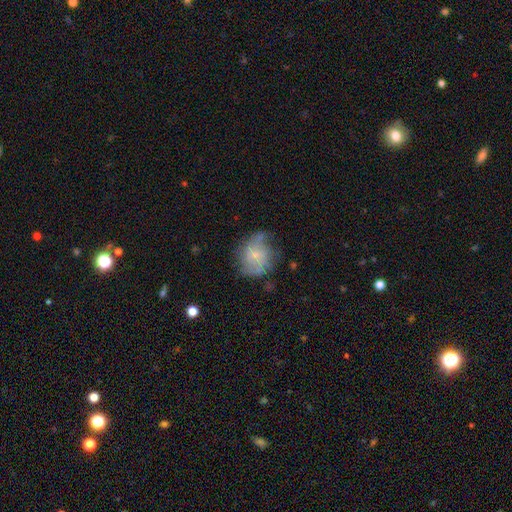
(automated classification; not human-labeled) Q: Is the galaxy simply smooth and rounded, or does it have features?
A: featured or disk — 58%.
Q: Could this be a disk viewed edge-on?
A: no — 97%.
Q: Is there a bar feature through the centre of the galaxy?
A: no — 69%.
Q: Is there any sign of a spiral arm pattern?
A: yes — 78%.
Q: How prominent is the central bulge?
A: small — 72%.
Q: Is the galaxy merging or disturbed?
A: none — 57%.